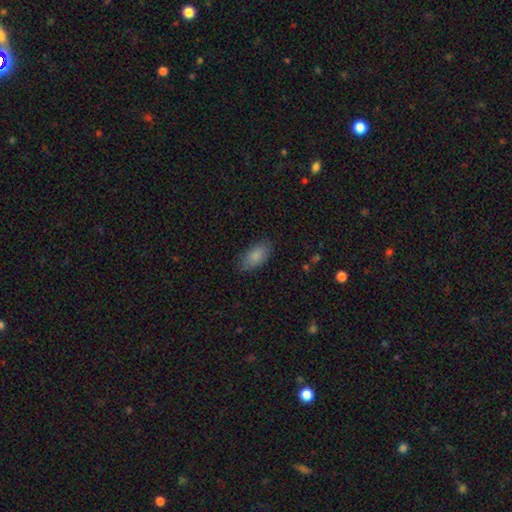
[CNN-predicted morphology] The model was most divided on "merging": none: 84%, minor disturbance: 12%, major disturbance: 3%, merger: 1%. More confident: how rounded — in between (91%); smooth or featured — smooth (87%).